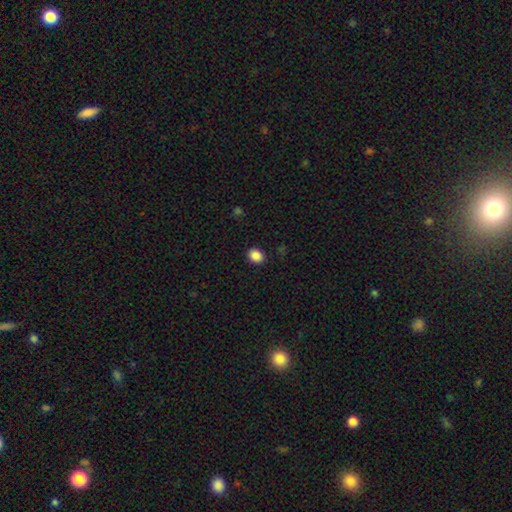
Q: Smooth or featured?
A: smooth (85%); runner-up: featured or disk (10%)
Q: How rounded?
A: in between (64%); runner-up: round (36%)
Q: Merging?
A: none (84%); runner-up: minor disturbance (11%)